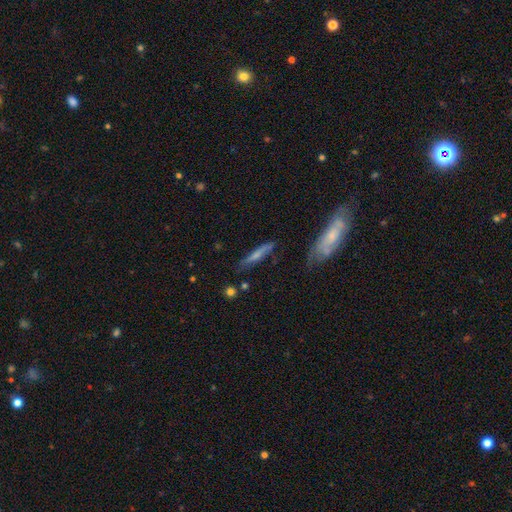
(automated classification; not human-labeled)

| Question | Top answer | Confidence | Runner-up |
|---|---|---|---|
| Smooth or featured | featured or disk | 48% | smooth (44%) |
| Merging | none | 72% | minor disturbance (19%) |